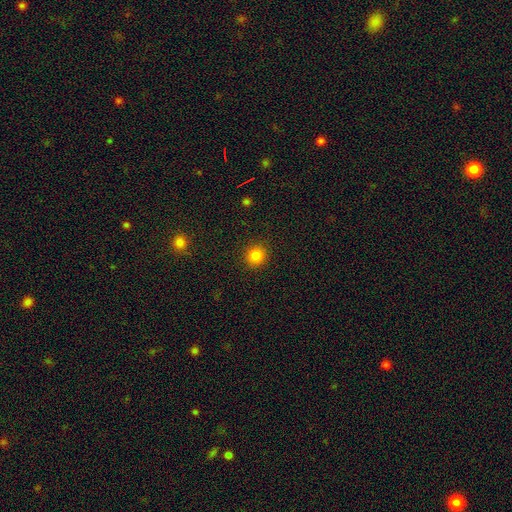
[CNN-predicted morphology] A smooth galaxy with no disk features (83%) that is round (89%).

Vote fractions:
- Smooth or featured? smooth: 83% / star or artifact: 12% / featured or disk: 4%
- How rounded? round: 89% / in between: 10% / cigar-shaped: 1%
- Merging? none: 91% / minor disturbance: 6% / major disturbance: 2% / merger: 1%